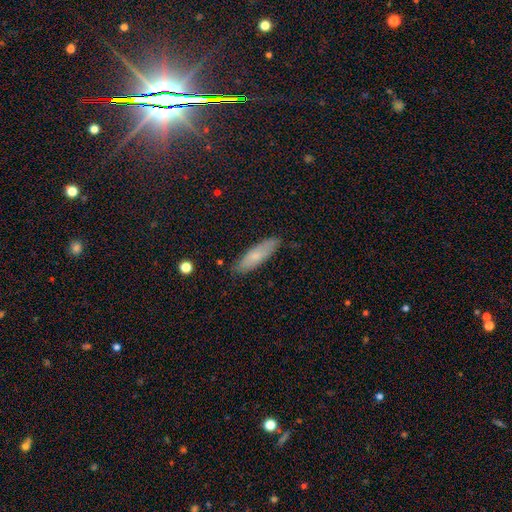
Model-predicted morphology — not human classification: type=smooth (74%); roundness=cigar-shaped (61%); merging=none (84%).